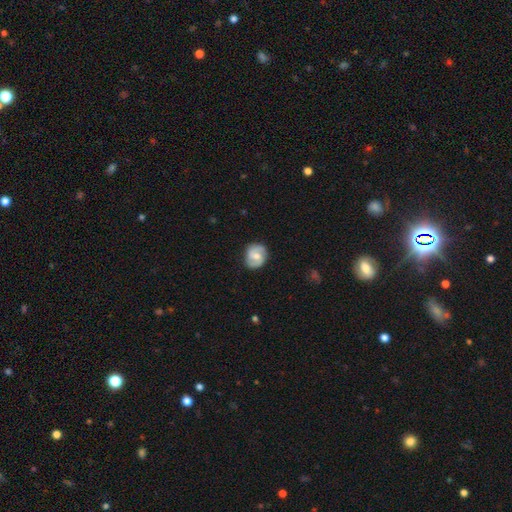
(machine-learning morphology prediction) This appears to be a featured or disk galaxy (64%) with a weak bar (47%), 2 (88%) medium (47%) spiral arms (87%) and a moderate central bulge (62%). Merging: none (81%).